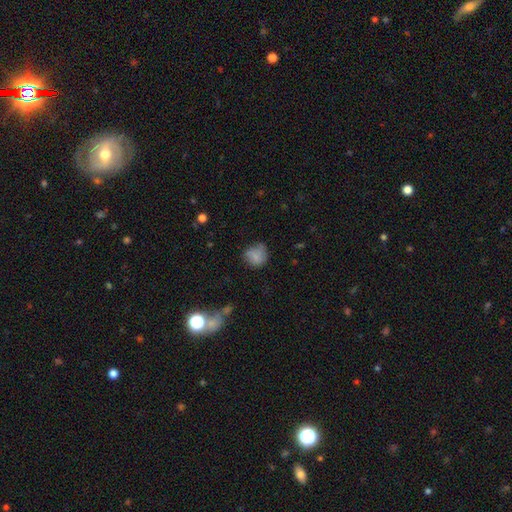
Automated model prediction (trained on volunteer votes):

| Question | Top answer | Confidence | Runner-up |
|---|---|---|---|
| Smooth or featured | smooth | 76% | featured or disk (12%) |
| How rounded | round | 74% | in between (25%) |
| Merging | none | 57% | minor disturbance (29%) |